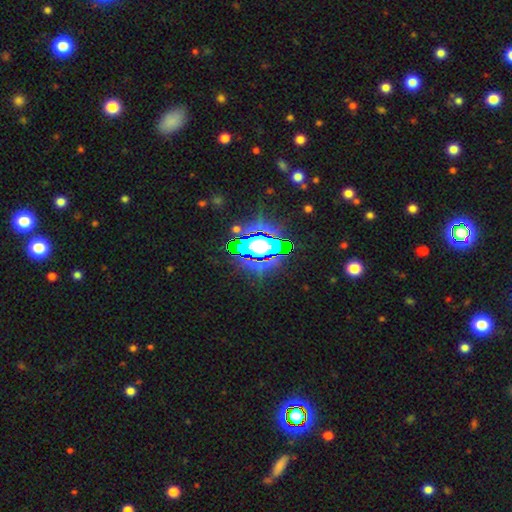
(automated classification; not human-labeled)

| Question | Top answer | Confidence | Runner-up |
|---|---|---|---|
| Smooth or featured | star or artifact | 83% | smooth (10%) |